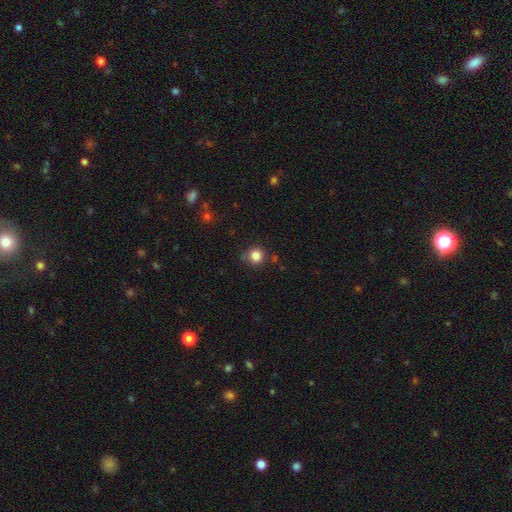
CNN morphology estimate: The model was most divided on "merging": none: 80%, minor disturbance: 12%, merger: 4%, major disturbance: 3%. More confident: how rounded — round (92%); smooth or featured — smooth (84%).